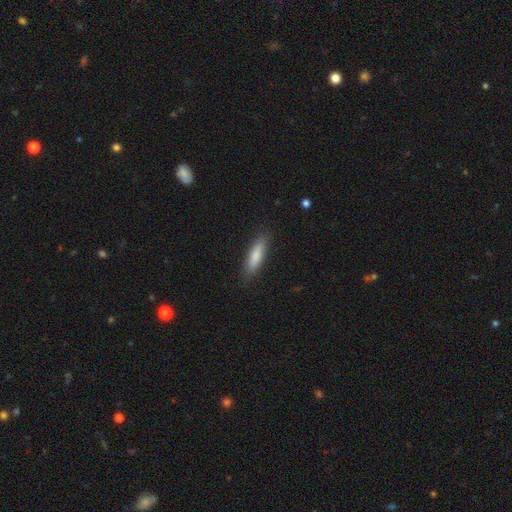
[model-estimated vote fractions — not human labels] Overall: smooth (82%). How rounded: cigar-shaped (66%; in between 32%). Merging: none (86%).